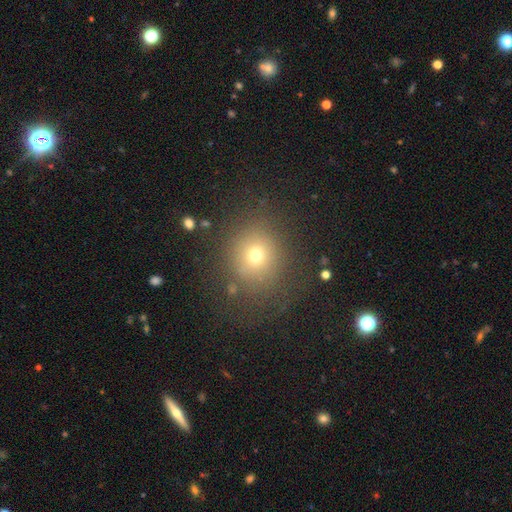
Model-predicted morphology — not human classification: Q: Smooth or featured?
A: smooth (67%); runner-up: star or artifact (21%)
Q: How rounded?
A: round (85%); runner-up: in between (14%)
Q: Merging?
A: none (77%); runner-up: minor disturbance (12%)